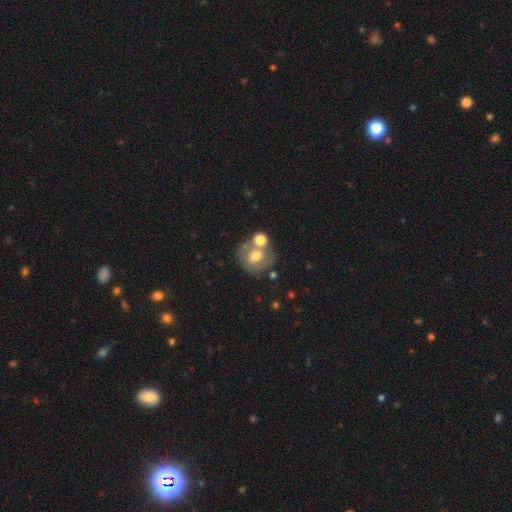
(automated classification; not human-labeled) Q: Smooth or featured?
A: smooth (50%); runner-up: featured or disk (41%)
Q: Merging?
A: none (49%); runner-up: merger (29%)